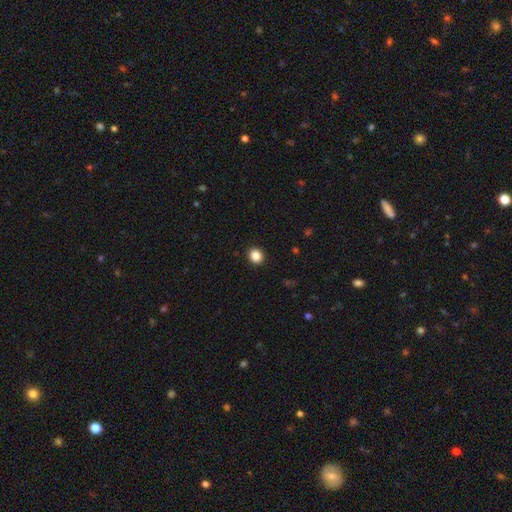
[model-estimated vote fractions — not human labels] smooth 87%, star or artifact 10%, featured or disk 3%. Down the decision tree: how rounded — round (82%); merging — none (92%).